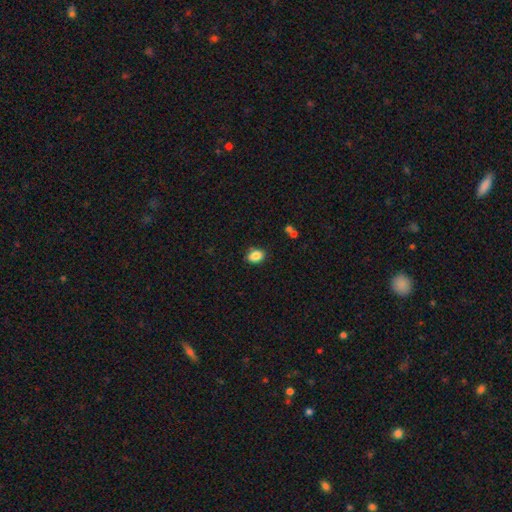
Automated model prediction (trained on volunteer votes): A smooth galaxy with no disk features (86%) that is in between round and cigar-shaped (69%).

Vote fractions:
- Smooth or featured? smooth: 86% / star or artifact: 9% / featured or disk: 5%
- How rounded? in between: 69% / round: 30% / cigar-shaped: 1%
- Merging? none: 83% / minor disturbance: 12% / major disturbance: 2% / merger: 2%